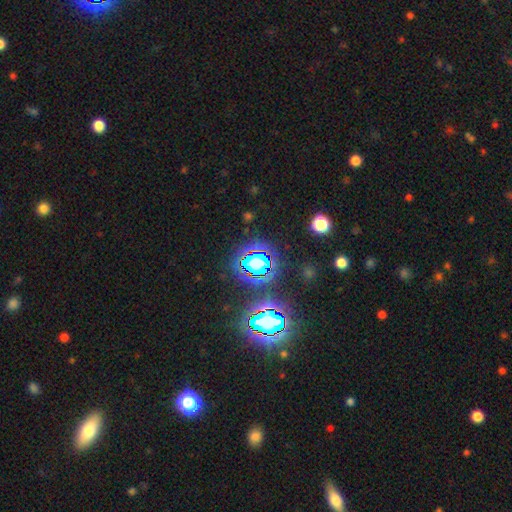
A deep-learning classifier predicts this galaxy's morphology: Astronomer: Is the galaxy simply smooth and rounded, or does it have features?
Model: star or artifact — 71%.